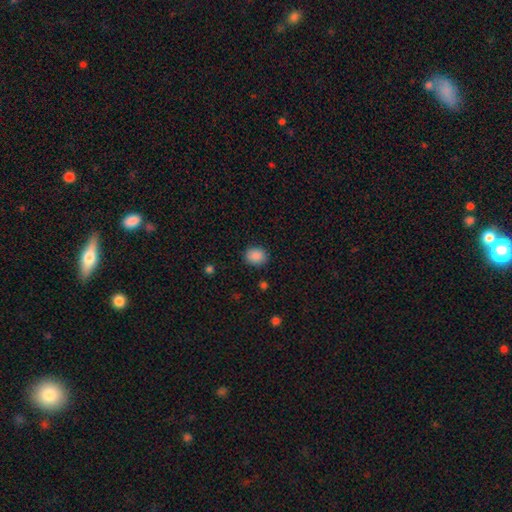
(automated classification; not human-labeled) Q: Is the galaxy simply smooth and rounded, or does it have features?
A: smooth — 88%.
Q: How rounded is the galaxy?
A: round — 63%.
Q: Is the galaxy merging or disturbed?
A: none — 86%.